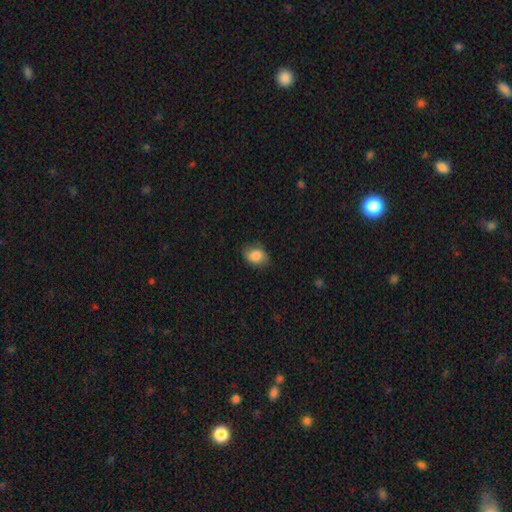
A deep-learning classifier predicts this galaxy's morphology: smooth_or_featured: smooth (p=0.85) [alt: star or artifact p=0.08]
how_rounded: in between (p=0.71) [alt: round p=0.28]
merging: none (p=0.77) [alt: minor disturbance p=0.18]